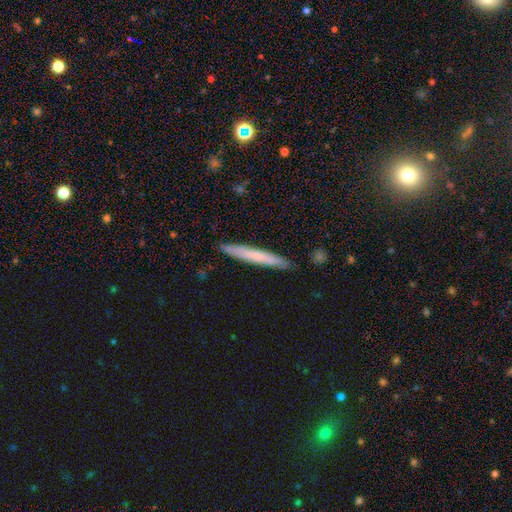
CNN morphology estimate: This appears to be a smooth galaxy with no disk features (61%) that is cigar-shaped (96%). Merging: none (89%).